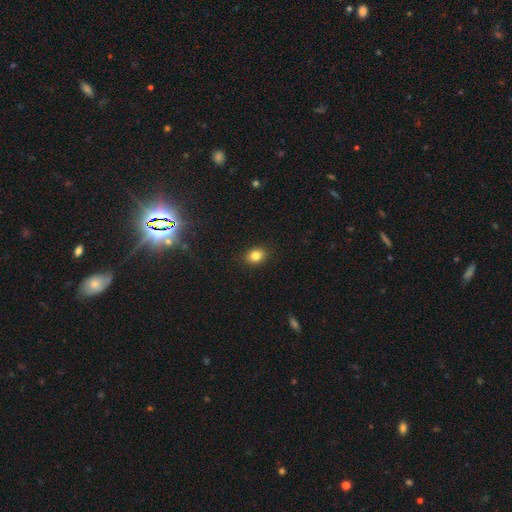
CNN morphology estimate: Q: Smooth or featured?
A: smooth (82%); runner-up: star or artifact (11%)
Q: How rounded?
A: round (52%); runner-up: in between (47%)
Q: Merging?
A: none (90%); runner-up: minor disturbance (7%)